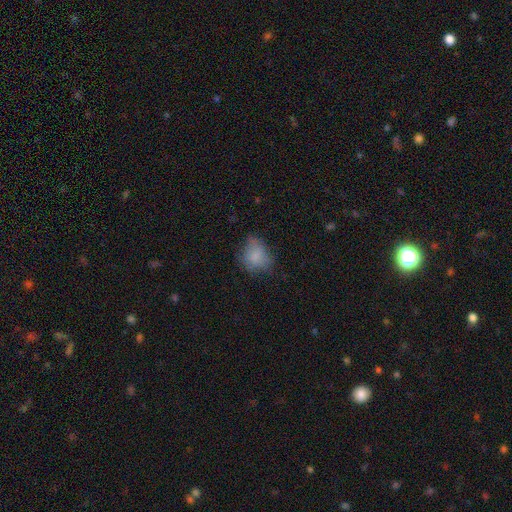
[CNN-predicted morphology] Overall: smooth (76%). How rounded: round (52%; in between 46%). Merging: none (51%; minor disturbance 32%).